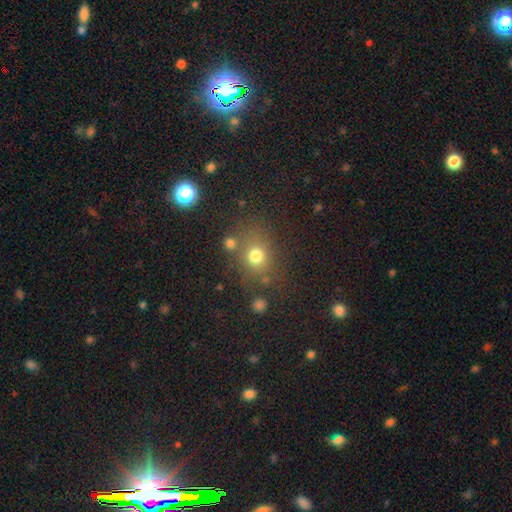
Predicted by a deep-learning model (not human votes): The model was most divided on "how rounded": round: 70%, in between: 28%, cigar-shaped: 1%. More confident: smooth or featured — smooth (73%); merging — none (69%).